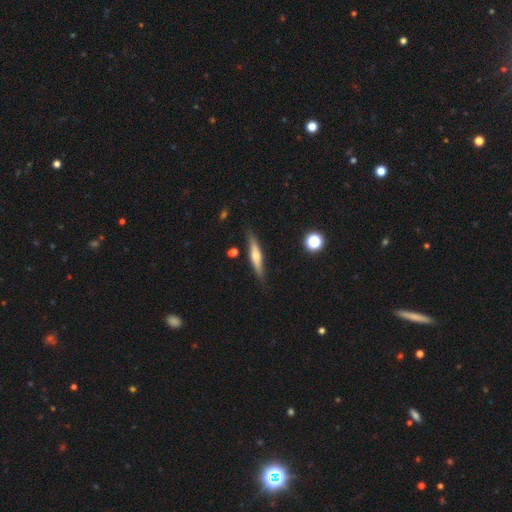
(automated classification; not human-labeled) smooth-or-featured: featured or disk: 55% | smooth: 38% | star or artifact: 7%
  disk-edge-on: yes: 94% | no: 6%
    edge-on-bulge: rounded: 84% | none: 9% | boxy: 6%
  merging: none: 83% | minor disturbance: 12% | merger: 3% | major disturbance: 2%